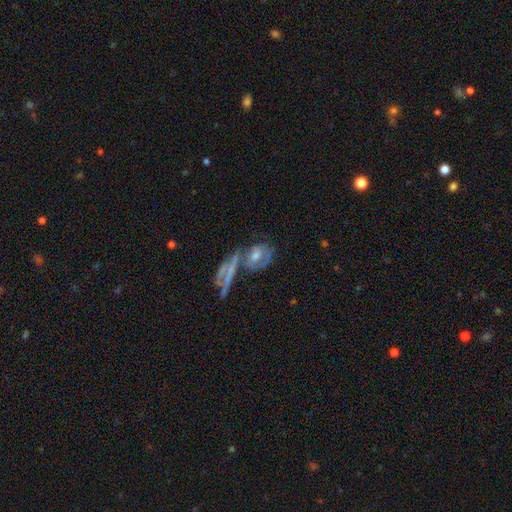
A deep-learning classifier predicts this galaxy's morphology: smooth-or-featured: featured or disk: 55% | smooth: 33% | star or artifact: 12%
  disk-edge-on: no: 85% | yes: 15%
  merging: merger: 37% | none: 36% | minor disturbance: 14% | major disturbance: 13%